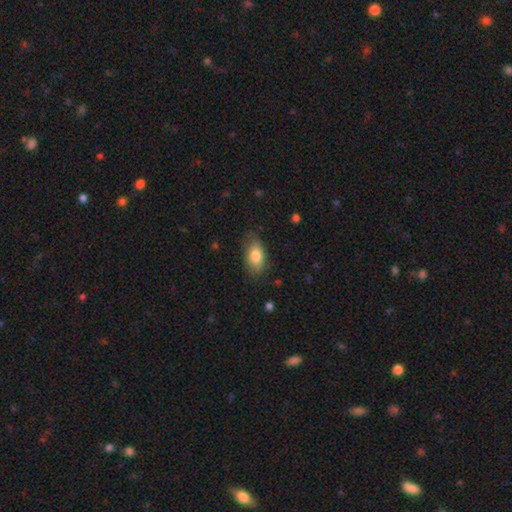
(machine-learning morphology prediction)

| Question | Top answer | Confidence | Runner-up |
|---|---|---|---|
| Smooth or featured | smooth | 79% | featured or disk (14%) |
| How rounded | in between | 89% | round (6%) |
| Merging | none | 76% | minor disturbance (18%) |